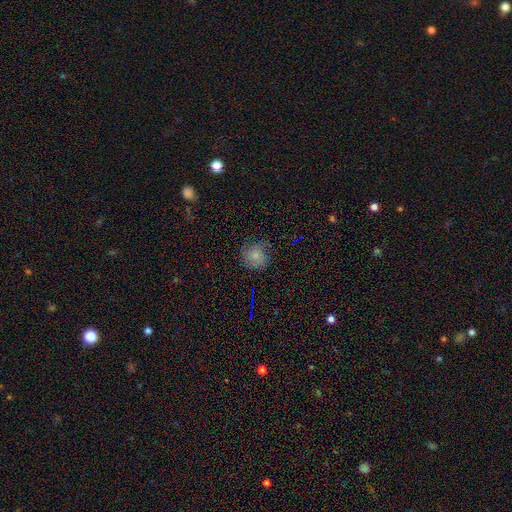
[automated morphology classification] This is likely a smooth galaxy (75%). How rounded: clearly round (87%). Merging: likely none (68%).